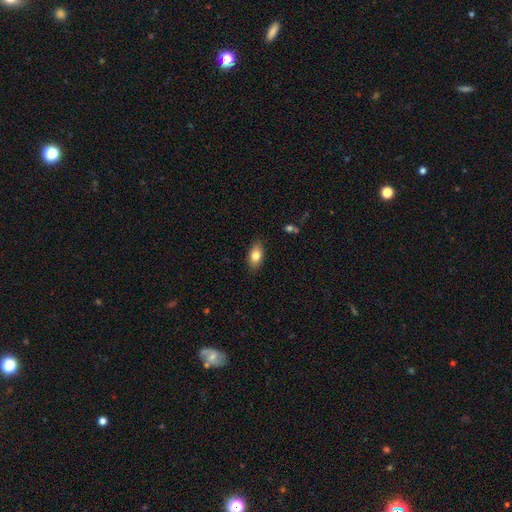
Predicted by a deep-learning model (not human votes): This appears to be a smooth galaxy with no disk features (81%) that is in between round and cigar-shaped (89%). Merging: none (86%).